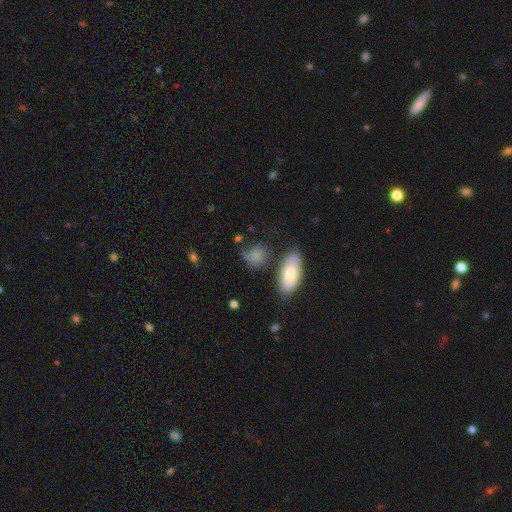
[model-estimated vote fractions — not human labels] smooth 78%, featured or disk 12%, star or artifact 10%. Down the decision tree: how rounded — round (50%); merging — none (55%).